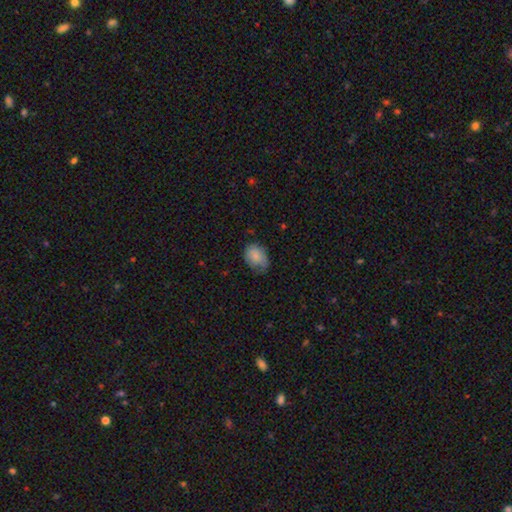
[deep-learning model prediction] Q: Smooth or featured?
A: smooth (81%); runner-up: featured or disk (12%)
Q: How rounded?
A: in between (70%); runner-up: round (29%)
Q: Merging?
A: none (54%); runner-up: minor disturbance (35%)